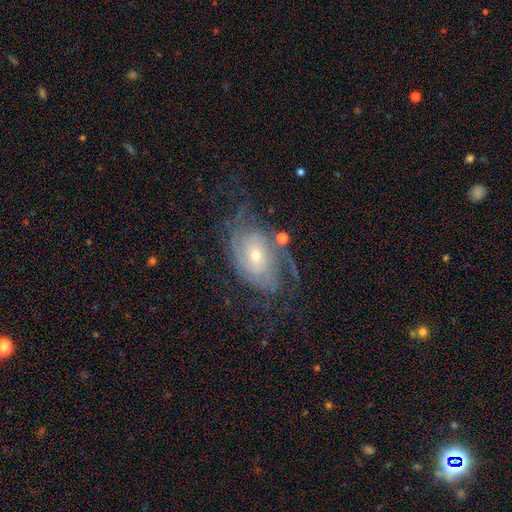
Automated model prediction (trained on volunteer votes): The model was most divided on "spiral arm count": can't tell: 35%, 2: 25%, 3: 17%, 4: 11%, 1: 6%, more than 4: 6%. More confident: edge-on disk — no (96%); spiral arms — yes (93%); smooth or featured — featured or disk (83%); bar — no (70%); merging — none (59%); bulge size — small (55%); spiral winding — tight (53%).